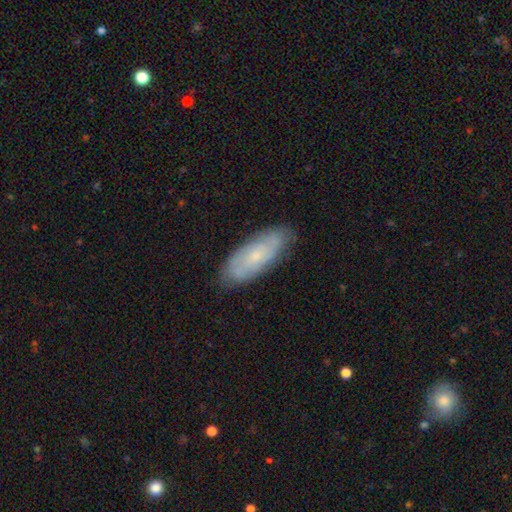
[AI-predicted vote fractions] This appears to be a featured or disk galaxy (52%). Merging: none (81%).